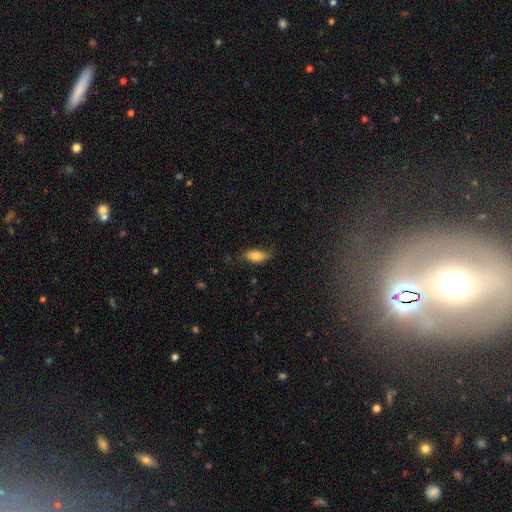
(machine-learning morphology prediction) Smooth or featured: smooth — 77% (featured or disk — 16%)
How rounded: in between — 85% (cigar-shaped — 12%)
Merging: none — 67% (minor disturbance — 25%)